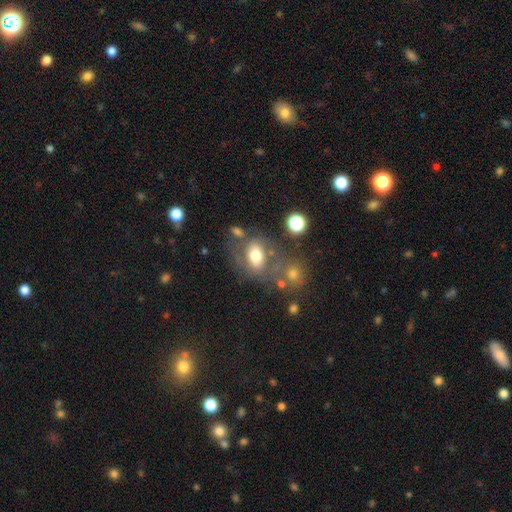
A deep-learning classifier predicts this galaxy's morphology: The model was most divided on "merging": none: 51%, minor disturbance: 19%, merger: 17%, major disturbance: 13%. More confident: how rounded — in between (69%); smooth or featured — smooth (62%).